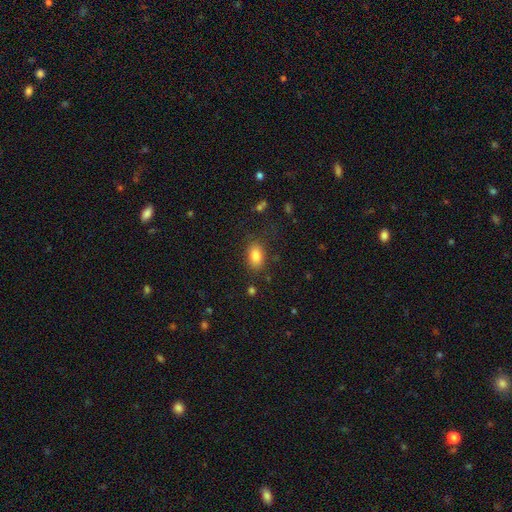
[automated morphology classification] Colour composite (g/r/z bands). It shows a smooth galaxy with no disk features (84%) that is in between round and cigar-shaped (86%). Merging: none (80%).